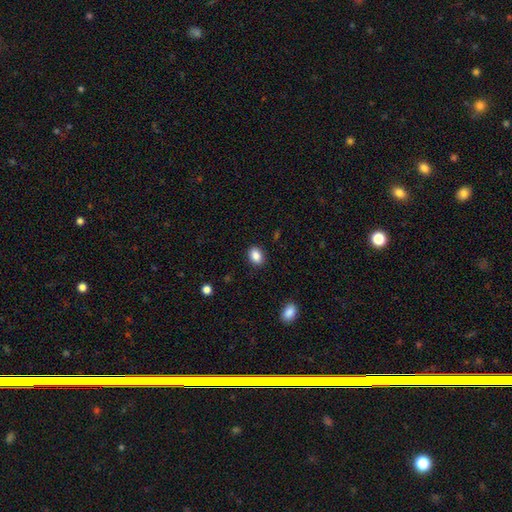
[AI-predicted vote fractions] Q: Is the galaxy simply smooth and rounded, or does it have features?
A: smooth — 88%.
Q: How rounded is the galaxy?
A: in between — 71%.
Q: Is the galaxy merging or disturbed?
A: none — 88%.